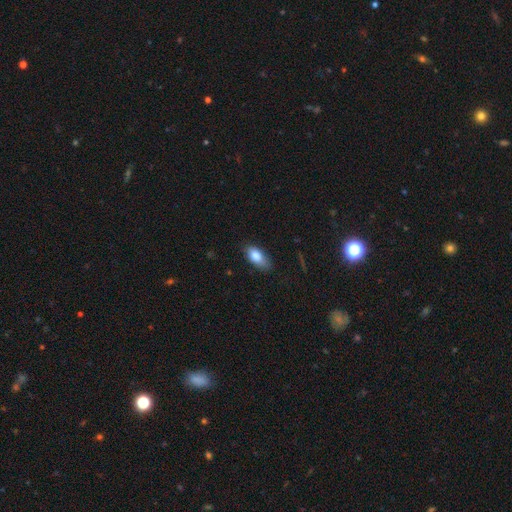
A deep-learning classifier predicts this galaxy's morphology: The model was most divided on "merging": none: 71%, minor disturbance: 23%, major disturbance: 5%, merger: 1%. More confident: how rounded — in between (88%); smooth or featured — smooth (80%).